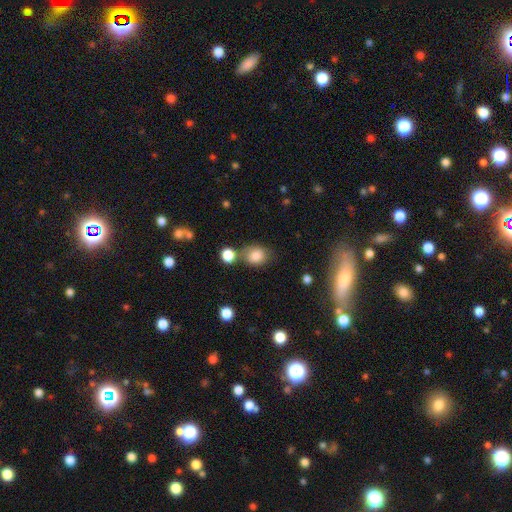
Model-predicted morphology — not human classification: A smooth galaxy with no disk features (82%) that is round (55%).

Vote fractions:
- Smooth or featured? smooth: 82% / star or artifact: 10% / featured or disk: 8%
- How rounded? round: 55% / in between: 44% / cigar-shaped: 1%
- Merging? none: 63% / merger: 16% / minor disturbance: 16% / major disturbance: 5%